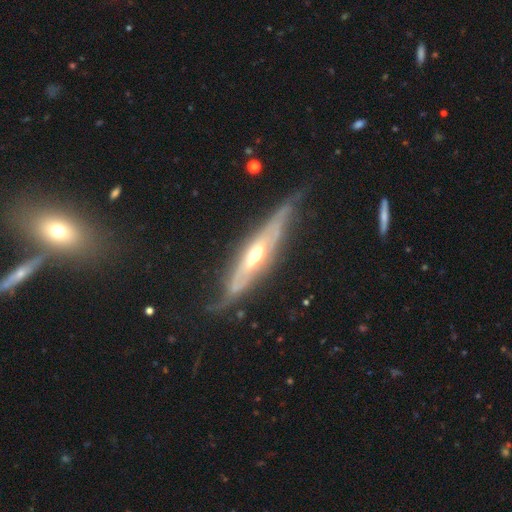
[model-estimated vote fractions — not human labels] Smooth or featured?
  - featured or disk: 83% *
  - smooth: 12%
  - star or artifact: 5%
Edge-on disk?
  - yes: 57% *
  - no: 43%
Merging?
  - none: 63% *
  - minor disturbance: 22%
  - major disturbance: 13%
  - merger: 2%